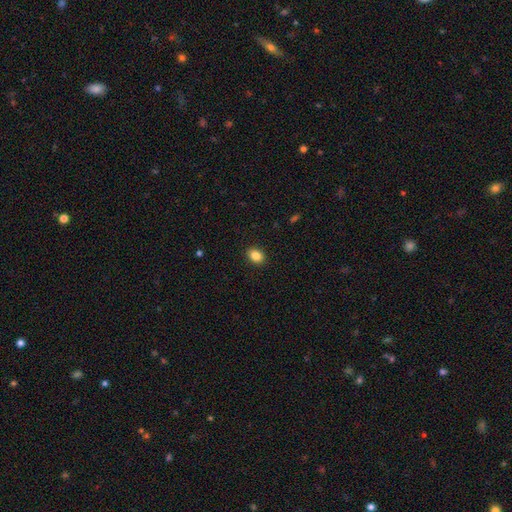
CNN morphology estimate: smooth 86%, star or artifact 9%, featured or disk 5%. Down the decision tree: how rounded — in between (69%); merging — none (90%).